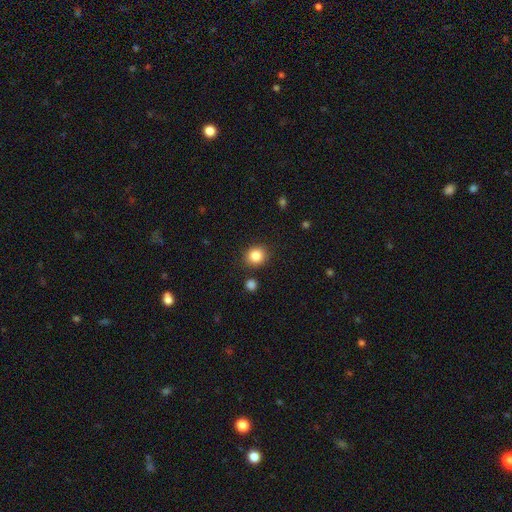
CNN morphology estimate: The model was most divided on "how rounded": round: 81%, in between: 18%, cigar-shaped: 1%. More confident: merging — none (86%); smooth or featured — smooth (85%).